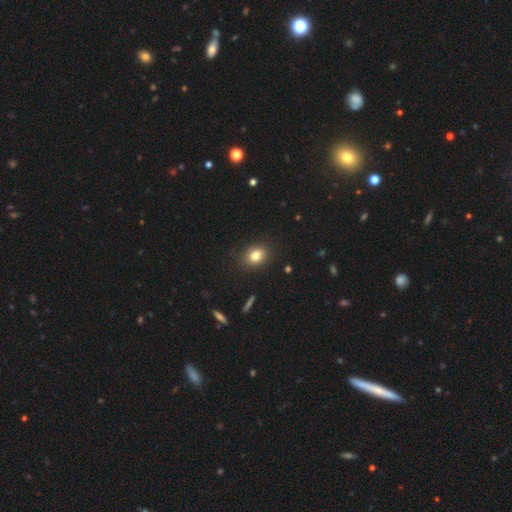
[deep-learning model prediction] A smooth galaxy with no disk features (80%) that is in between round and cigar-shaped (58%).

Vote fractions:
- Smooth or featured? smooth: 80% / star or artifact: 11% / featured or disk: 9%
- How rounded? in between: 58% / round: 41% / cigar-shaped: 1%
- Merging? none: 87% / minor disturbance: 10% / major disturbance: 2% / merger: 1%